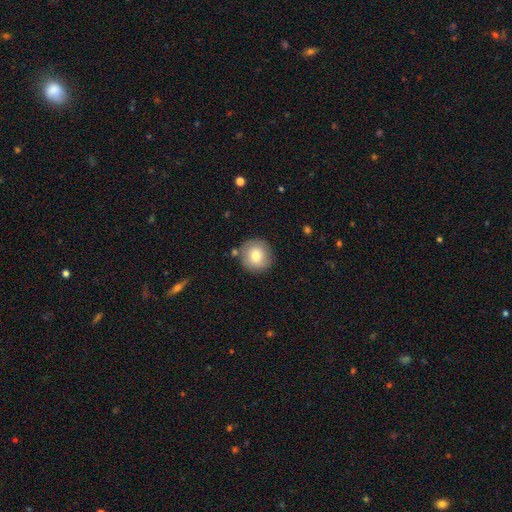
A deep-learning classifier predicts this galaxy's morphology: smooth_or_featured: smooth (p=0.78) [alt: featured or disk p=0.13]
how_rounded: round (p=0.94) [alt: in between p=0.05]
merging: none (p=0.83) [alt: minor disturbance p=0.10]